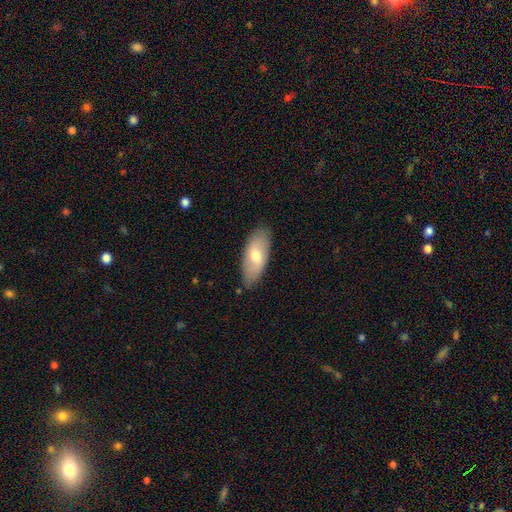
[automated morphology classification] Smooth or featured? Predicted: smooth (p=0.67). How rounded? Predicted: in between (p=0.88). Merging? Predicted: none (p=0.84).